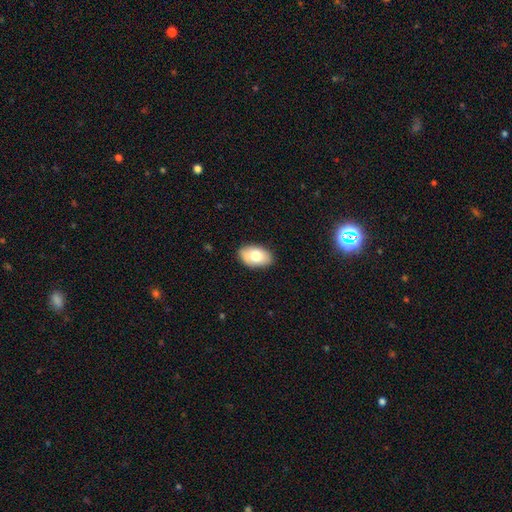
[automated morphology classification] Q: Smooth or featured?
A: smooth (75%); runner-up: featured or disk (19%)
Q: How rounded?
A: in between (91%); runner-up: round (8%)
Q: Merging?
A: none (85%); runner-up: minor disturbance (12%)